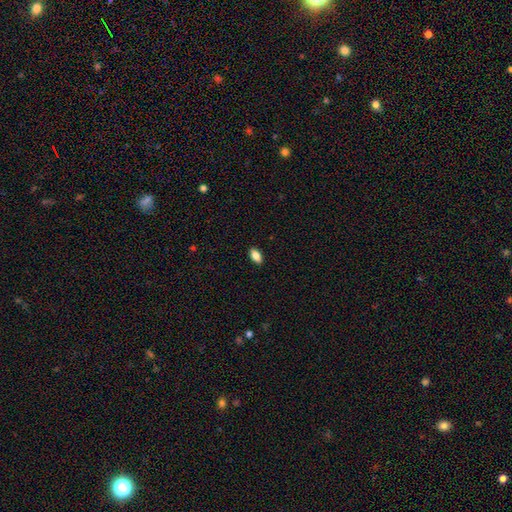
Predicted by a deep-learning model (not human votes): A smooth galaxy with no disk features (84%) that is in between round and cigar-shaped (90%). Merging: none (89%).